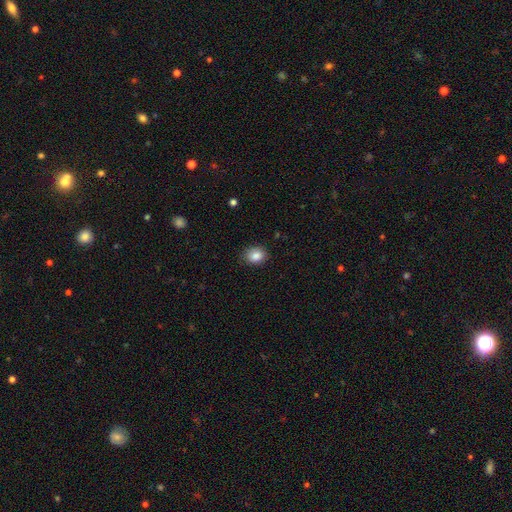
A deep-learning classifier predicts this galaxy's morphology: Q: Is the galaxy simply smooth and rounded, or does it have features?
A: smooth — 86%.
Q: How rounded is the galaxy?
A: round — 53%.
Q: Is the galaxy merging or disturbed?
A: none — 84%.